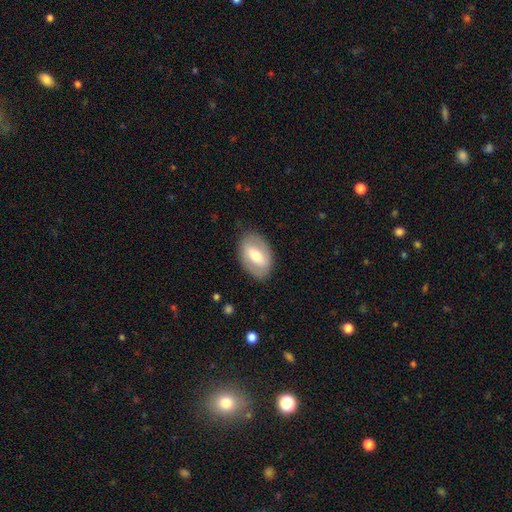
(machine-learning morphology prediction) Q: Smooth or featured?
A: featured or disk (48%); runner-up: smooth (46%)
Q: Merging?
A: none (83%); runner-up: minor disturbance (12%)